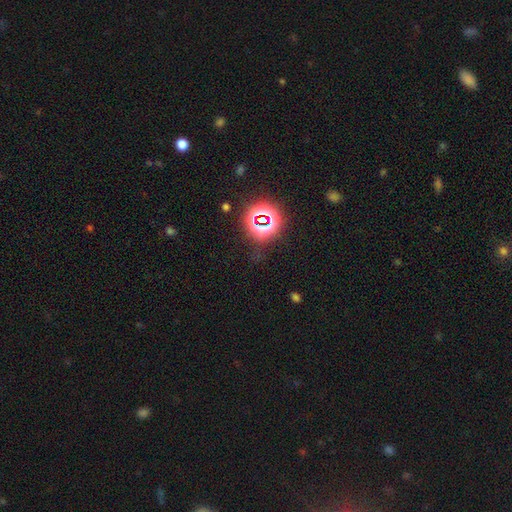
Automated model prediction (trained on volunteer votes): Smooth or featured? Predicted: star or artifact (p=0.79).